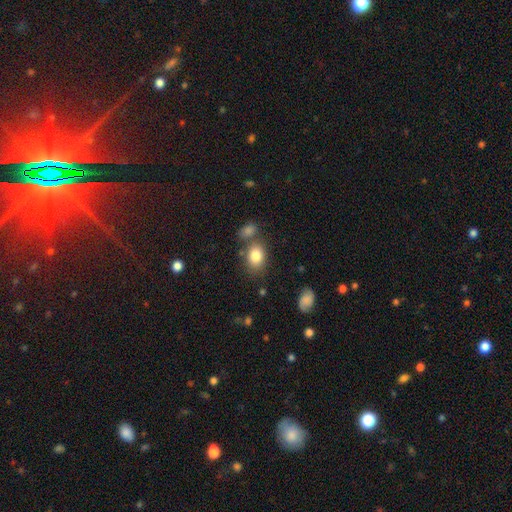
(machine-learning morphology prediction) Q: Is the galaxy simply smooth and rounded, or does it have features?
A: smooth — 83%.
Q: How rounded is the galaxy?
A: in between — 76%.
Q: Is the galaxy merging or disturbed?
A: none — 64%.